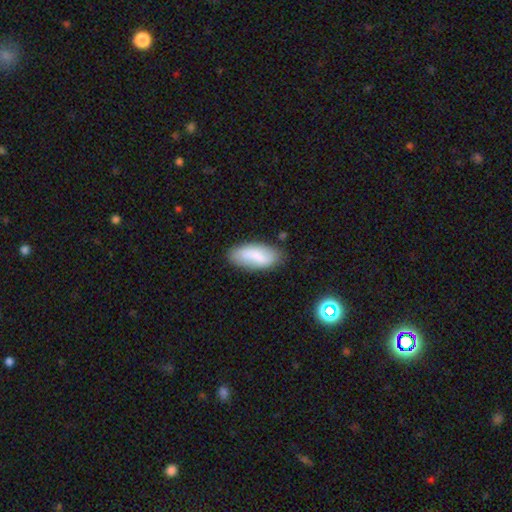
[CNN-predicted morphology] Smooth or featured? Predicted: smooth (p=0.74). How rounded? Predicted: in between (p=0.88). Merging? Predicted: none (p=0.77).